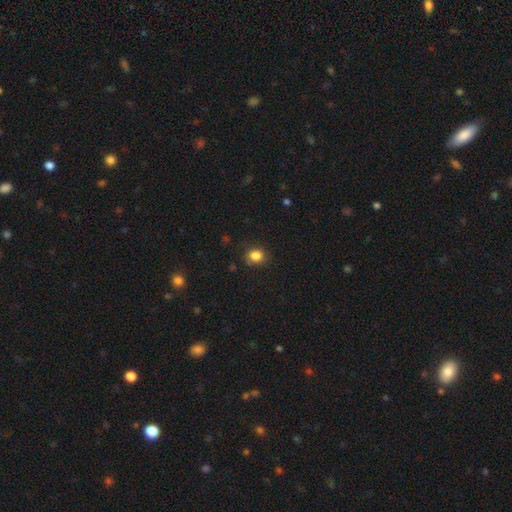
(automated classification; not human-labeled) This is clearly a smooth galaxy (84%). How rounded: likely round (65%). Merging: clearly none (80%).